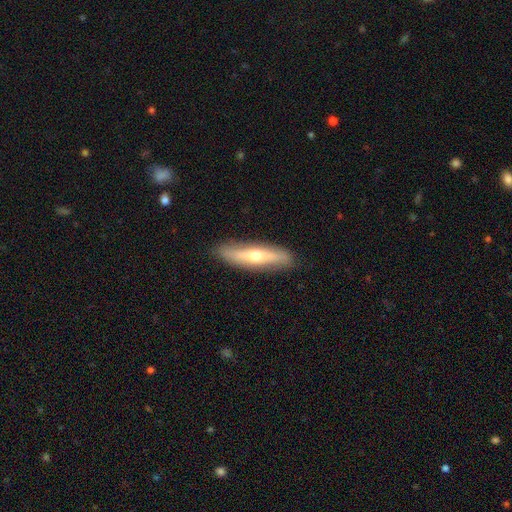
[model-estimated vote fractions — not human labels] smooth-or-featured: featured or disk: 51% | smooth: 44% | star or artifact: 6%
  disk-edge-on: yes: 73% | no: 27%
  merging: none: 87% | minor disturbance: 10% | major disturbance: 2% | merger: 1%